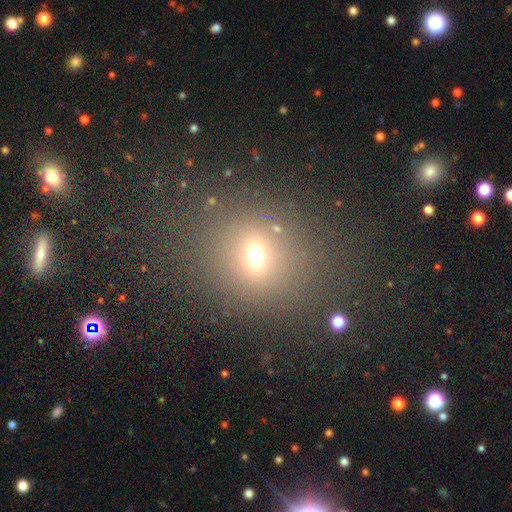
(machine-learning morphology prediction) smooth_or_featured: smooth (p=0.64) [alt: star or artifact p=0.24]
how_rounded: round (p=0.69) [alt: in between p=0.30]
merging: none (p=0.76) [alt: minor disturbance p=0.11]